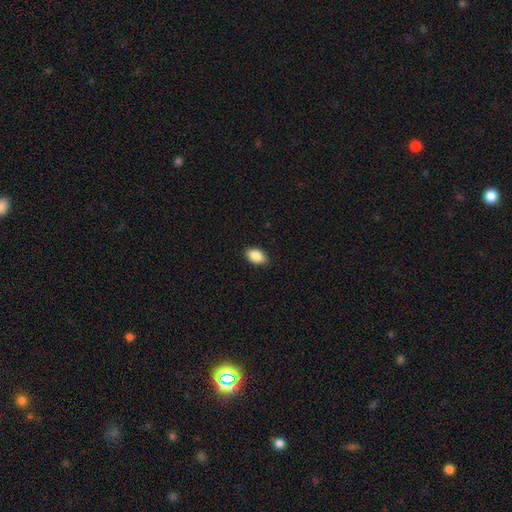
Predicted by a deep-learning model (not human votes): A smooth galaxy with no disk features (88%) that is in between round and cigar-shaped (89%). Merging: none (89%).